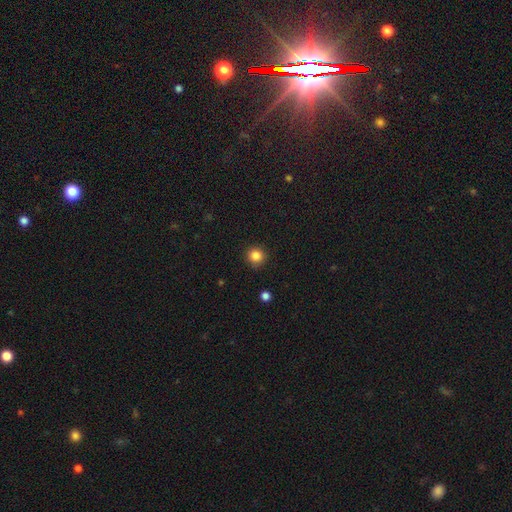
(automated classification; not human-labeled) smooth-or-featured: smooth: 85% | star or artifact: 11% | featured or disk: 4%
  how-rounded: round: 93% | in between: 6% | cigar-shaped: 1%
  merging: none: 90% | minor disturbance: 6% | major disturbance: 2% | merger: 1%